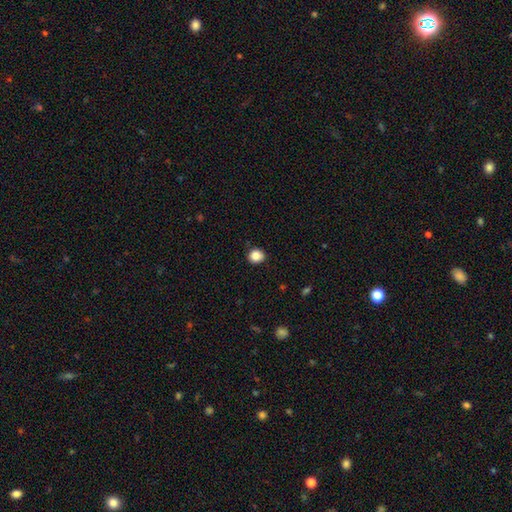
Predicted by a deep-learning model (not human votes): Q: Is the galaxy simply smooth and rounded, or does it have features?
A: smooth — 87%.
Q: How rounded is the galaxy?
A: round — 82%.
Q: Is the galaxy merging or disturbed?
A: none — 88%.